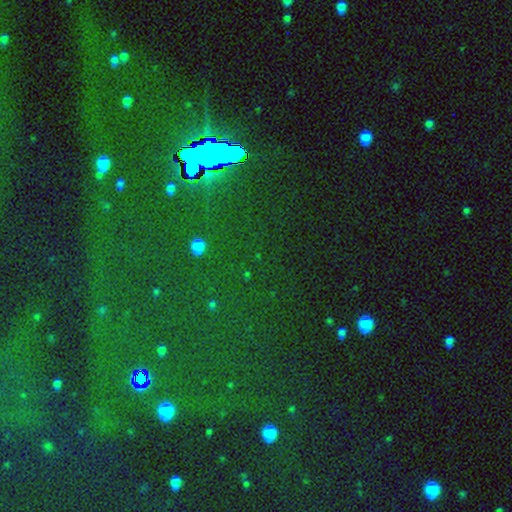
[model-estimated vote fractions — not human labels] This is clearly a star or artifact rather than a galaxy (83%).